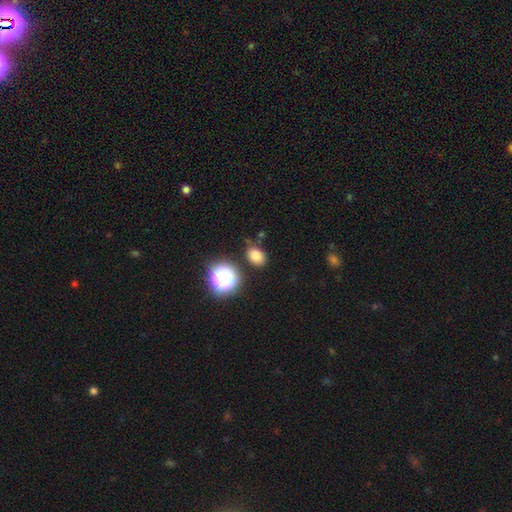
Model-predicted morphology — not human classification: This is likely a smooth galaxy (77%). How rounded: likely in between (66%). Merging: likely none (79%).